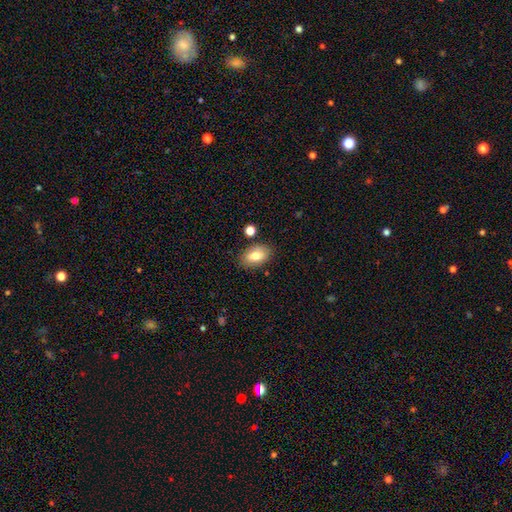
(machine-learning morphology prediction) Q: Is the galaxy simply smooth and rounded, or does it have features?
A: smooth — 78%.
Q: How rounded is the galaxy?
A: in between — 90%.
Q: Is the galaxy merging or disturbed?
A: none — 79%.